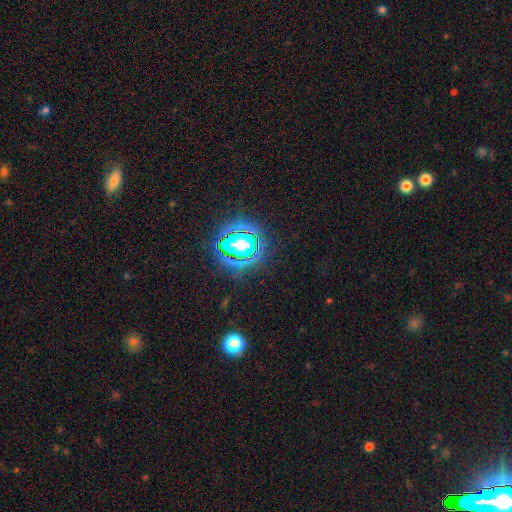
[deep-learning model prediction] A star or artifact, not a galaxy (78%).